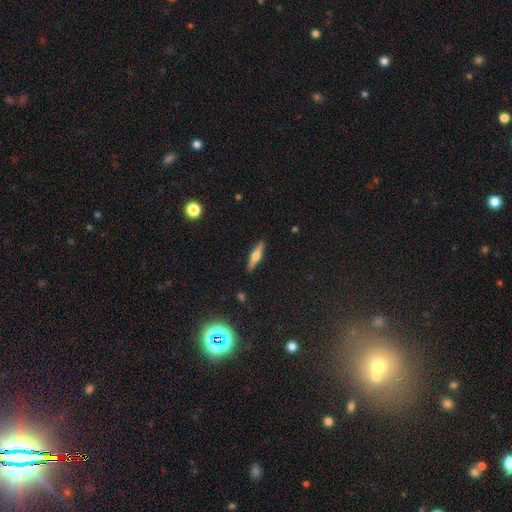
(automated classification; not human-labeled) This is possibly a featured or disk galaxy (58%). It is clearly viewed edge-on (96%). Edge-on bulge: clearly rounded (88%). Merging: clearly none (90%).